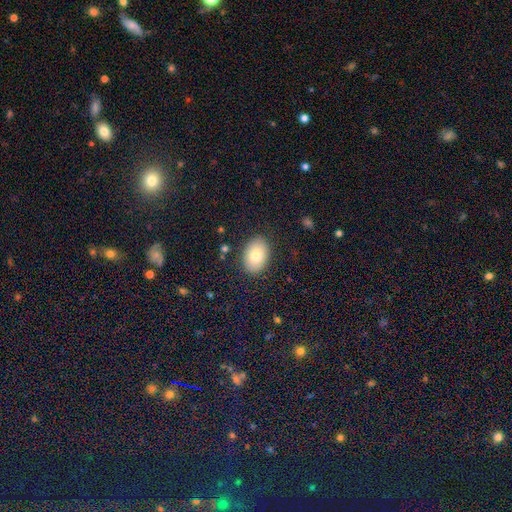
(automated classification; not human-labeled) This is likely a smooth galaxy (79%). How rounded: clearly in between (82%). Merging: clearly none (87%).